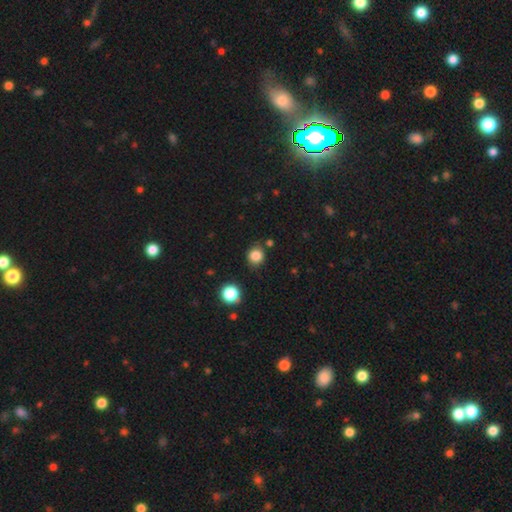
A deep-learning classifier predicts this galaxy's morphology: Overall: smooth (83%). How rounded: round (84%). Merging: none (81%).